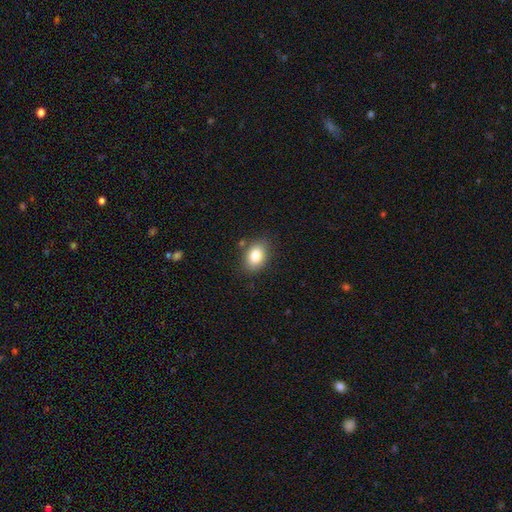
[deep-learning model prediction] The model was most divided on "how rounded": in between: 78%, round: 21%, cigar-shaped: 1%. More confident: smooth or featured — smooth (83%); merging — none (81%).